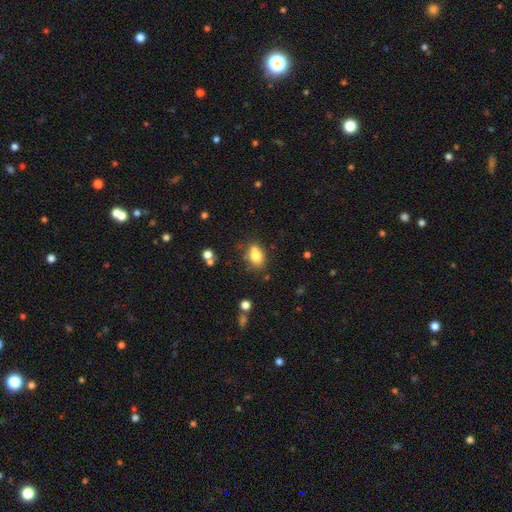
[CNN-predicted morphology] The model was most divided on "how rounded": in between: 67%, round: 31%, cigar-shaped: 2%. More confident: smooth or featured — smooth (76%); merging — none (56%).